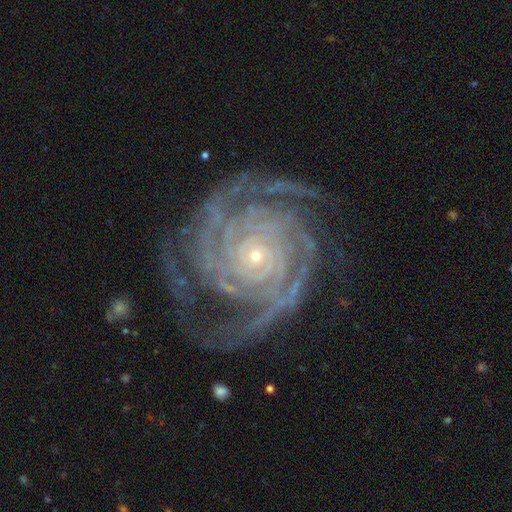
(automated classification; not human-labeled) A featured or disk galaxy (92%) with no bar (76%), 4 (23%) tight (80%) spiral arms (99%) and a small central bulge (84%). Merging: none (74%).